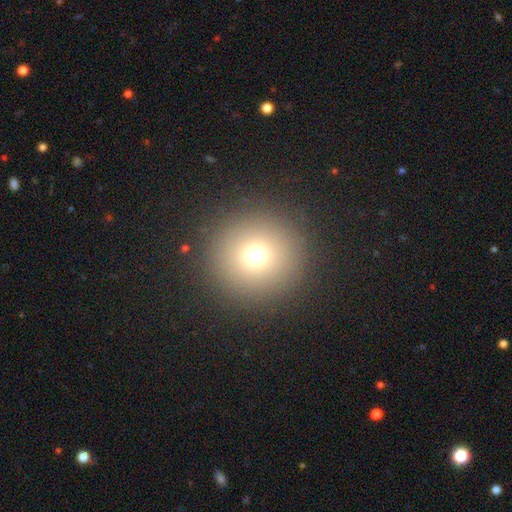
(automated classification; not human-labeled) Smooth or featured: smooth — 72% (star or artifact — 18%)
How rounded: round — 95% (in between — 4%)
Merging: none — 91% (minor disturbance — 5%)